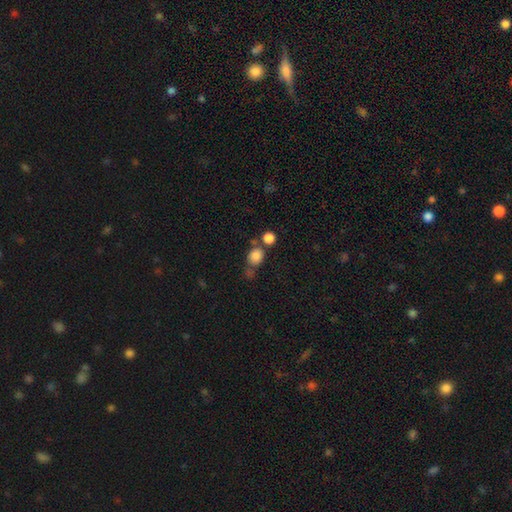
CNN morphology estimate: type=smooth (82%); roundness=round (65%); merging=none (48%).